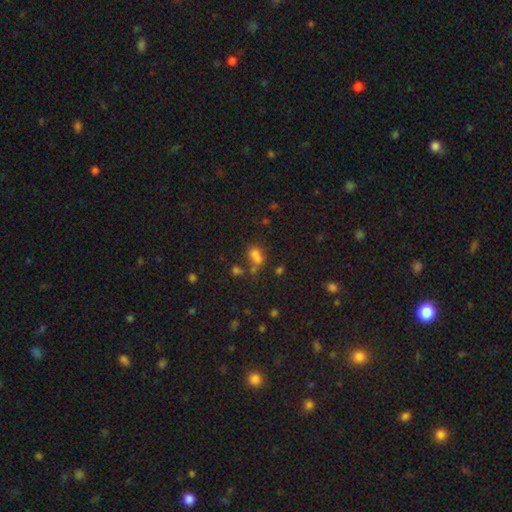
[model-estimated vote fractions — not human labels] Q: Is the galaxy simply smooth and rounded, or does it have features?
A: smooth — 65%.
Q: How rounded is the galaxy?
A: in between — 56%.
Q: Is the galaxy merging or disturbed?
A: merger — 41%.